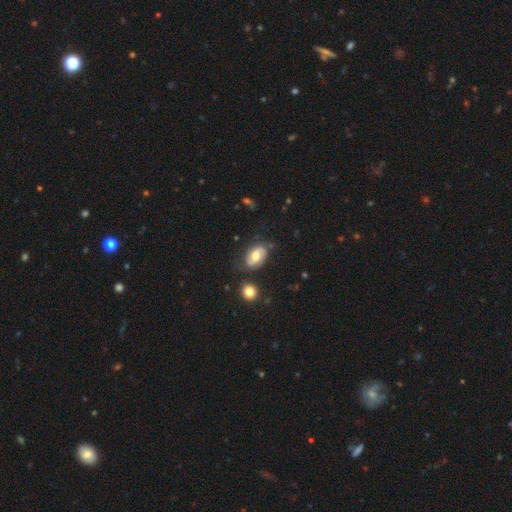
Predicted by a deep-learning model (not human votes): smooth-or-featured: featured or disk: 56% | smooth: 36% | star or artifact: 8%
  disk-edge-on: no: 96% | yes: 4%
    bar: no: 54% | weak: 37% | strong: 10%
    has-spiral-arms: yes: 83% | no: 17%
    bulge-size: moderate: 64% | large: 20% | small: 11% | none: 2% | dominant: 2%
  merging: none: 64% | minor disturbance: 23% | major disturbance: 9% | merger: 4%